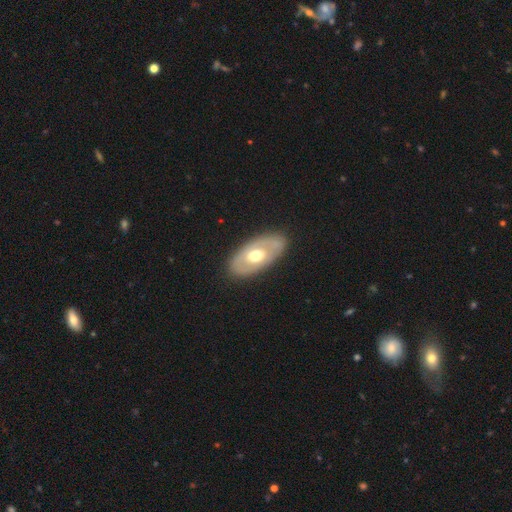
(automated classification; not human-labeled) Morphology: type=featured or disk (53%); edge-on=no (86%); merging=none (84%).